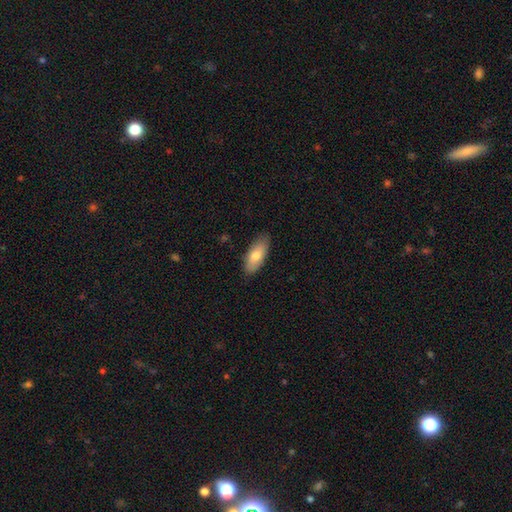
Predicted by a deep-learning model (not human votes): smooth 76%, featured or disk 18%, star or artifact 6%. Down the decision tree: how rounded — in between (83%); merging — none (84%).